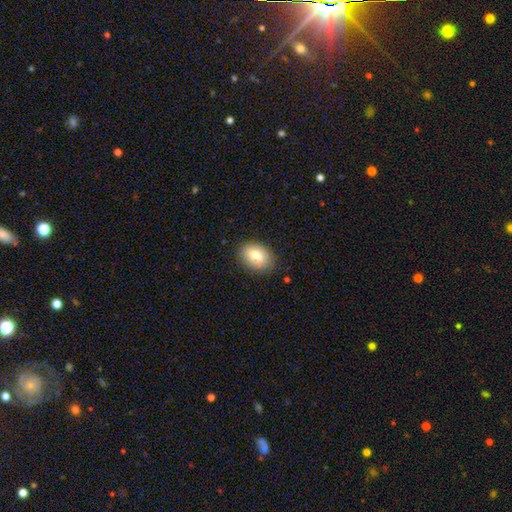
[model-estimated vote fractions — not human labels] smooth-or-featured: smooth: 78% | featured or disk: 14% | star or artifact: 8%
  how-rounded: in between: 78% | round: 21% | cigar-shaped: 1%
  merging: none: 84% | minor disturbance: 12% | major disturbance: 3% | merger: 1%